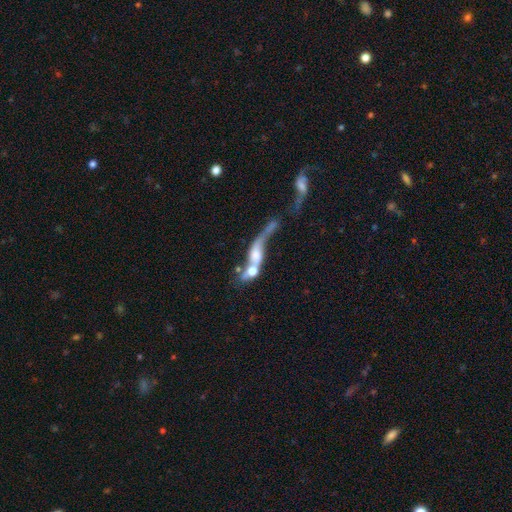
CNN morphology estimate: A featured or disk galaxy (51%). Merging: merger (63%).